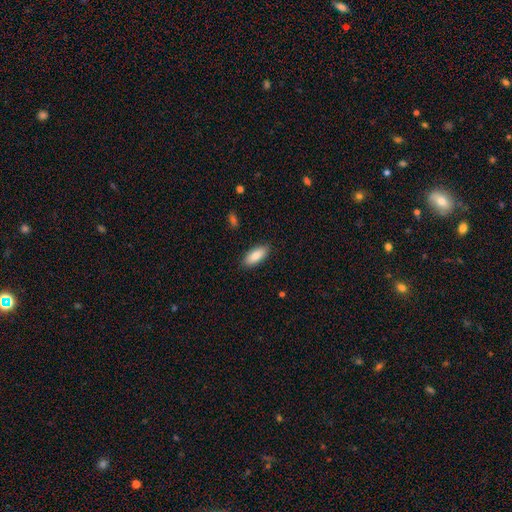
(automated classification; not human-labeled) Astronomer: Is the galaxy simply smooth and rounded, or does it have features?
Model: smooth — 85%.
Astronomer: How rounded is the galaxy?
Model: in between — 82%.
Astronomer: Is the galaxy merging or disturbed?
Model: none — 87%.